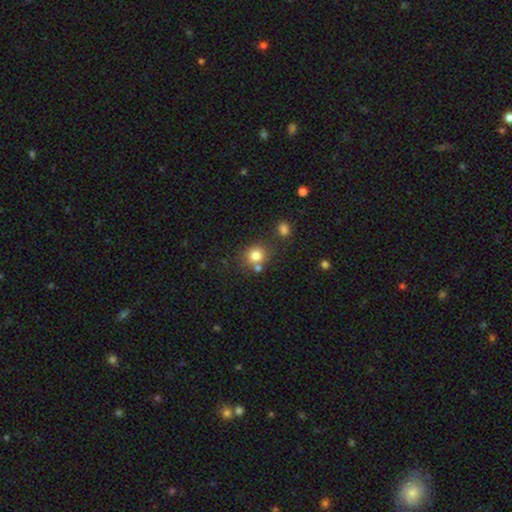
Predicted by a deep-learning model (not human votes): smooth 80%, star or artifact 12%, featured or disk 8%. Down the decision tree: how rounded — round (81%); merging — none (67%).